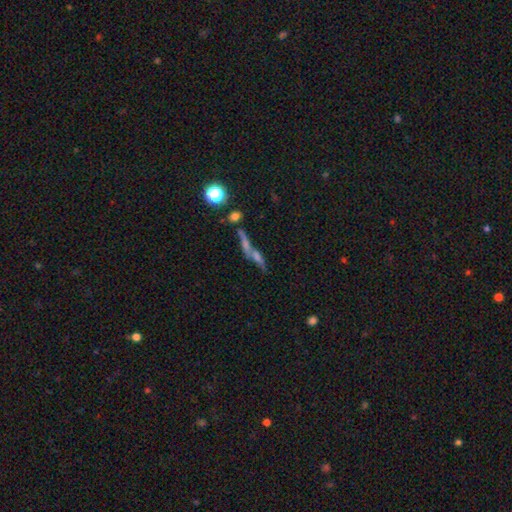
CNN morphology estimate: Overall: featured or disk (46%; smooth 34%). Merging: none (46%; merger 34%).